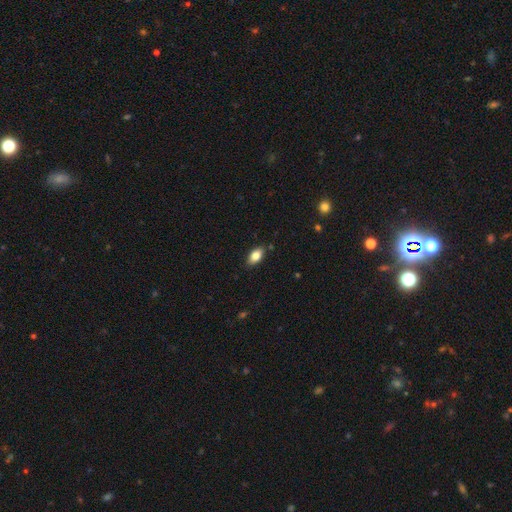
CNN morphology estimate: smooth 84%, featured or disk 8%, star or artifact 8%. Down the decision tree: how rounded — in between (90%); merging — none (85%).